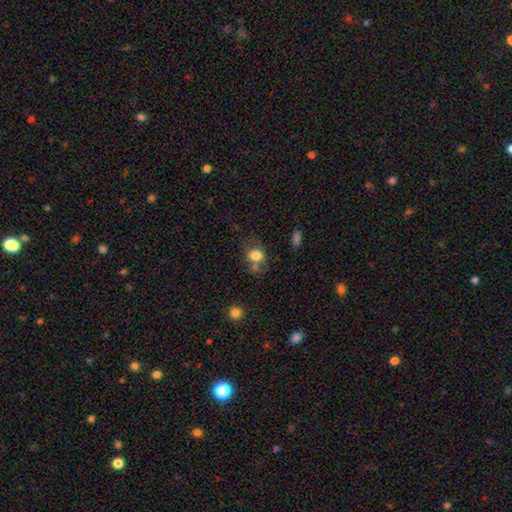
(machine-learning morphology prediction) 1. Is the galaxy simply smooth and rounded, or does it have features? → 75% smooth, 15% featured or disk, 9% star or artifact.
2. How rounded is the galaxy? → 52% in between, 46% round, 1% cigar-shaped.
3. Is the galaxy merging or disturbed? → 46% none, 22% minor disturbance, 19% merger, 13% major disturbance.